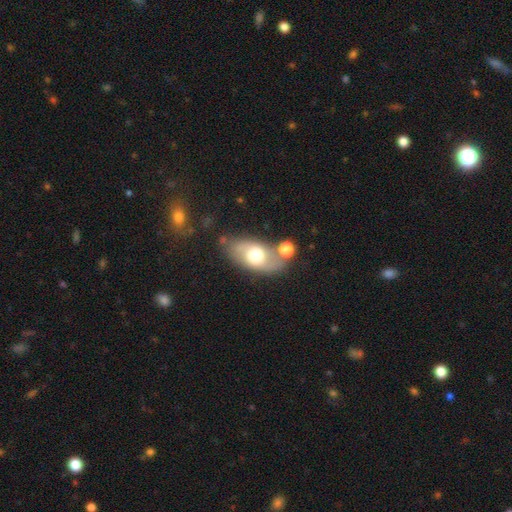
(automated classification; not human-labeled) Q: Smooth or featured?
A: smooth (55%); runner-up: featured or disk (37%)
Q: How rounded?
A: in between (87%); runner-up: round (9%)
Q: Merging?
A: none (60%); runner-up: minor disturbance (19%)